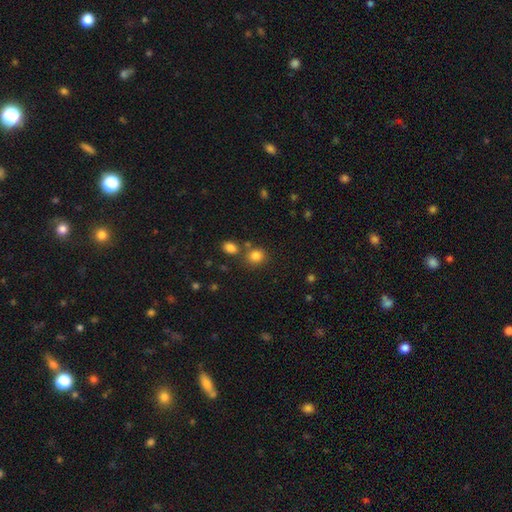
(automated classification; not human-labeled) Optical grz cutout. It shows a smooth galaxy with no disk features (83%) that is round (75%). Merging: none (70%).